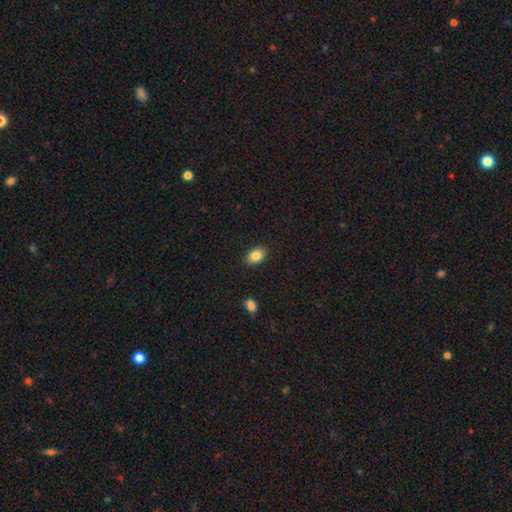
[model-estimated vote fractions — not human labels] Q: Smooth or featured?
A: smooth (85%); runner-up: star or artifact (8%)
Q: How rounded?
A: in between (82%); runner-up: round (16%)
Q: Merging?
A: none (88%); runner-up: minor disturbance (9%)